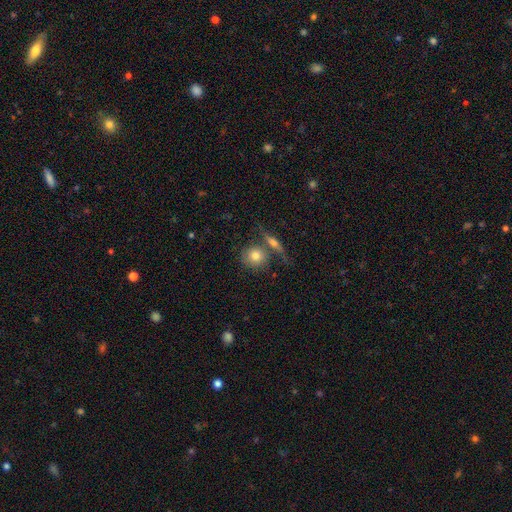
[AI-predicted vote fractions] The model was most divided on "merging": none: 55%, merger: 28%, minor disturbance: 11%, major disturbance: 5%. More confident: how rounded — round (83%); smooth or featured — smooth (73%).